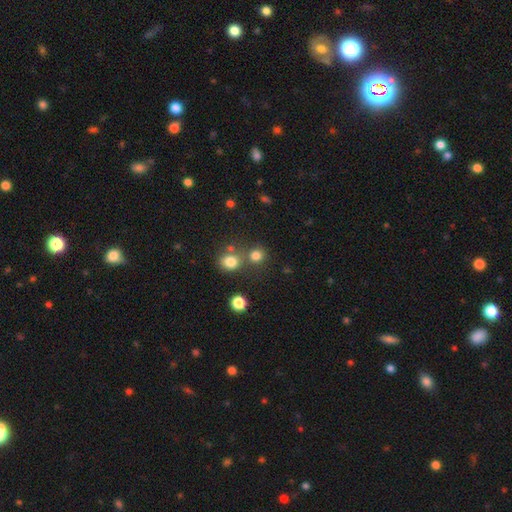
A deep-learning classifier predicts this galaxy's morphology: Overall: smooth (78%). How rounded: round (85%). Merging: none (64%; merger 25%).